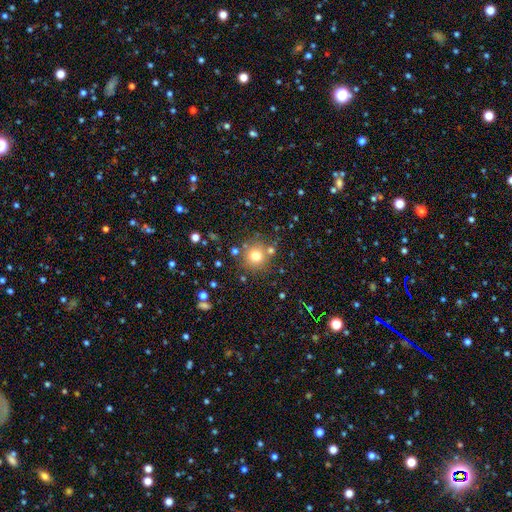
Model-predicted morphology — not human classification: This is likely a smooth galaxy (73%). How rounded: clearly round (92%). Merging: likely none (77%).